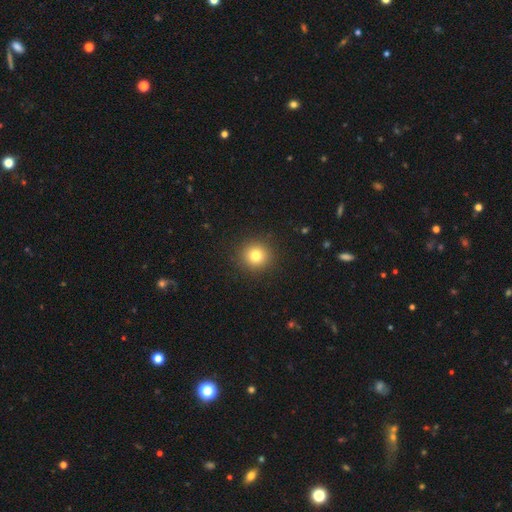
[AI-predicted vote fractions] Morphology: type=smooth (79%); roundness=round (94%); merging=none (92%).